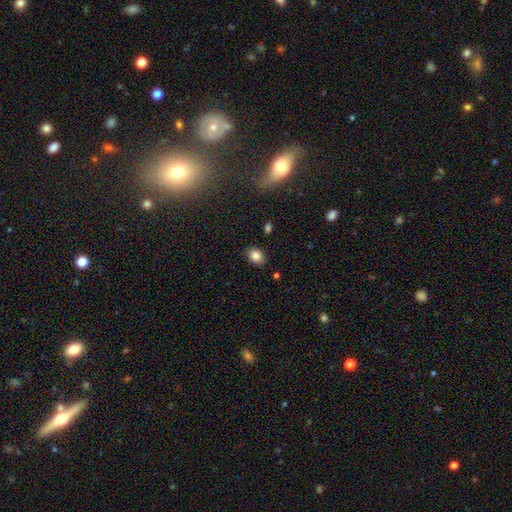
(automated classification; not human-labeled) smooth-or-featured: smooth: 84% | star or artifact: 9% | featured or disk: 6%
  how-rounded: in between: 64% | round: 35% | cigar-shaped: 1%
  merging: none: 87% | minor disturbance: 9% | major disturbance: 2% | merger: 2%